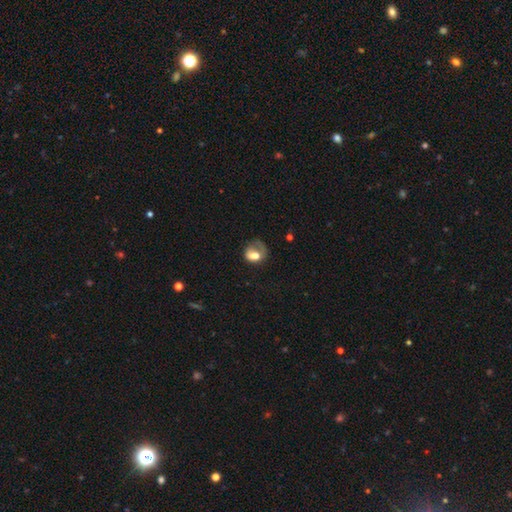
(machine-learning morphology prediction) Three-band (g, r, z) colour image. It shows a smooth galaxy with no disk features (64%) that is in between round and cigar-shaped (53%). Merging: major disturbance (43%).